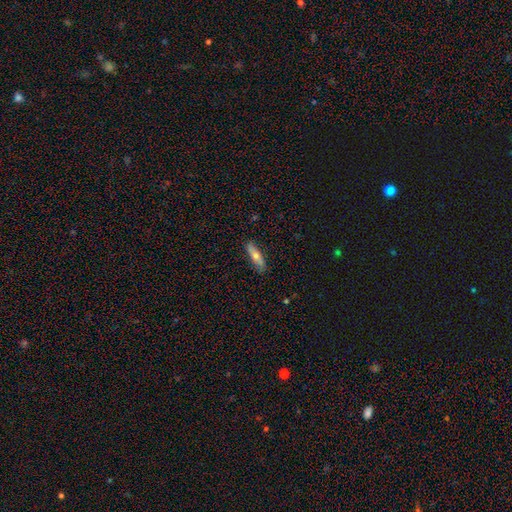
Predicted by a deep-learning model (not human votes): This appears to be a smooth galaxy with no disk features (60%) that is cigar-shaped (71%). Merging: none (85%).